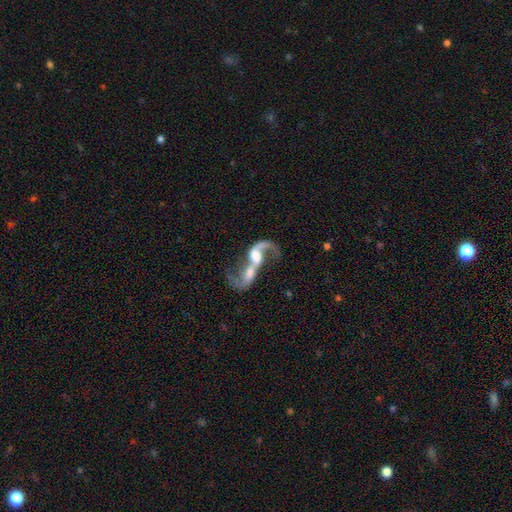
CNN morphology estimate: type=featured or disk (77%); edge-on=no (96%); bar=no (48%); spiral arms=yes (82%); winding=loose (83%); arm count=2 (68%); bulge=moderate (42%); merging=merger (73%).